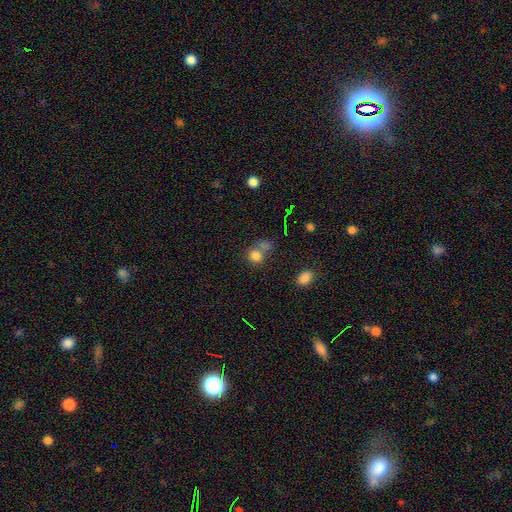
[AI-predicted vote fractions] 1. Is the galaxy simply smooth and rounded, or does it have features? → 78% smooth, 14% star or artifact, 8% featured or disk.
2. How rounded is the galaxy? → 75% round, 24% in between, 1% cigar-shaped.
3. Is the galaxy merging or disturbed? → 46% none, 37% merger, 11% minor disturbance, 7% major disturbance.